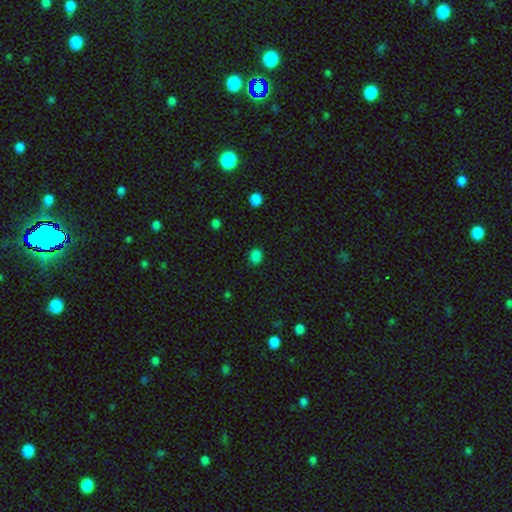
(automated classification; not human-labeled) Overall: smooth (82%). How rounded: round (51%; in between 48%). Merging: none (85%).